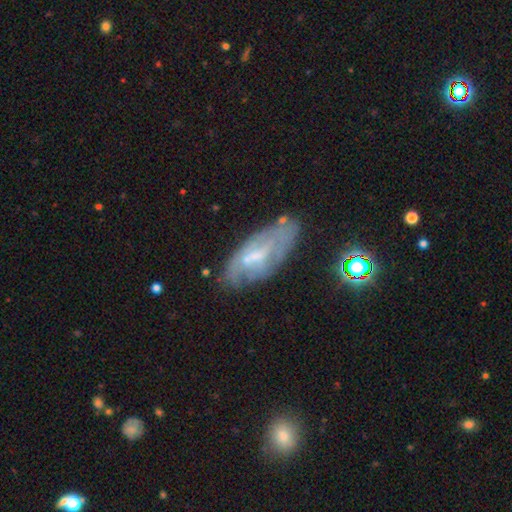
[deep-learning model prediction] smooth_or_featured: featured or disk (p=0.58) [alt: smooth p=0.32]
disk_edge_on: no (p=0.85) [alt: yes p=0.15]
merging: none (p=0.62) [alt: minor disturbance p=0.24]